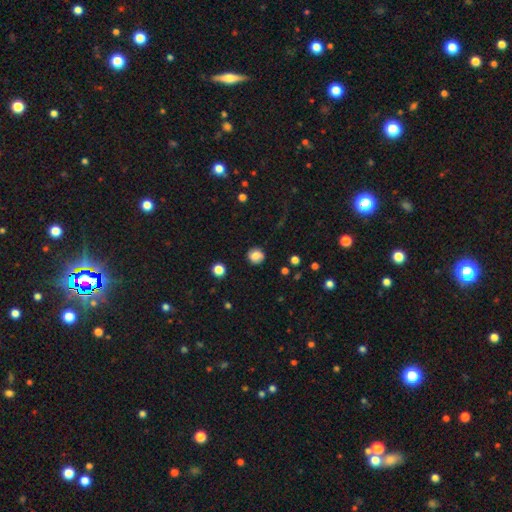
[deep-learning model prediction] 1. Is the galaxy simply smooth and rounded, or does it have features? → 79% smooth, 11% star or artifact, 9% featured or disk.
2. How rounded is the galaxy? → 89% round, 10% in between, 1% cigar-shaped.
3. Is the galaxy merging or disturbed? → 85% none, 11% minor disturbance, 3% major disturbance, 2% merger.